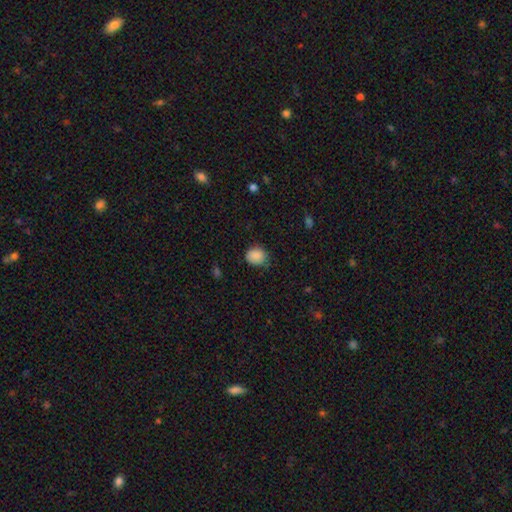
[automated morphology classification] Smooth or featured?
  - smooth: 88% *
  - star or artifact: 9%
  - featured or disk: 4%
How rounded?
  - round: 61% *
  - in between: 38%
  - cigar-shaped: 1%
Merging?
  - none: 73% *
  - minor disturbance: 21%
  - major disturbance: 4%
  - merger: 1%